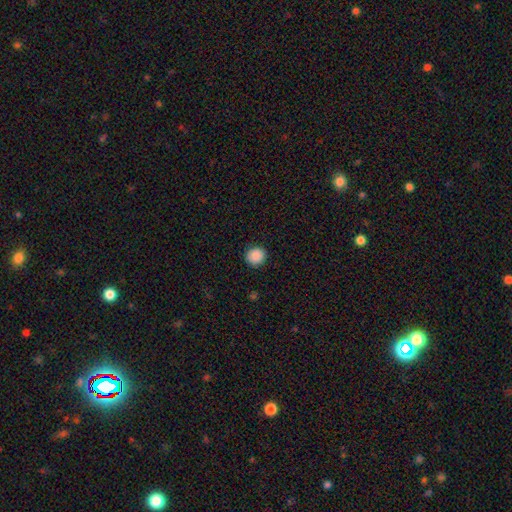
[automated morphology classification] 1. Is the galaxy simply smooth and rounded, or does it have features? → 89% smooth, 9% star or artifact, 2% featured or disk.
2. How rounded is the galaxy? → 87% round, 12% in between, 1% cigar-shaped.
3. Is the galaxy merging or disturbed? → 91% none, 6% minor disturbance, 2% major disturbance, 1% merger.